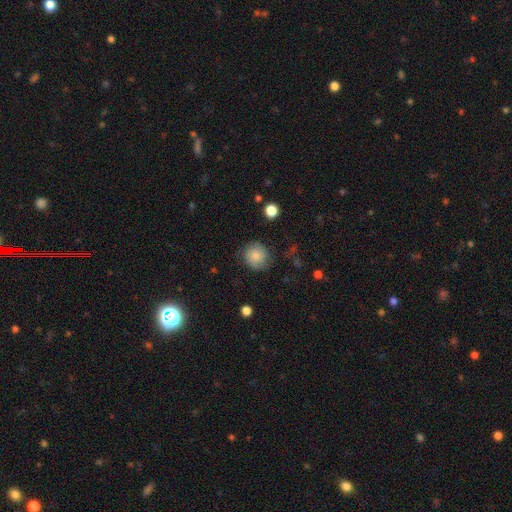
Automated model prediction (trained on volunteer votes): A smooth galaxy with no disk features (76%) that is round (89%).

Vote fractions:
- Smooth or featured? smooth: 76% / featured or disk: 15% / star or artifact: 9%
- How rounded? round: 89% / in between: 10% / cigar-shaped: 1%
- Merging? none: 77% / minor disturbance: 16% / major disturbance: 6% / merger: 1%